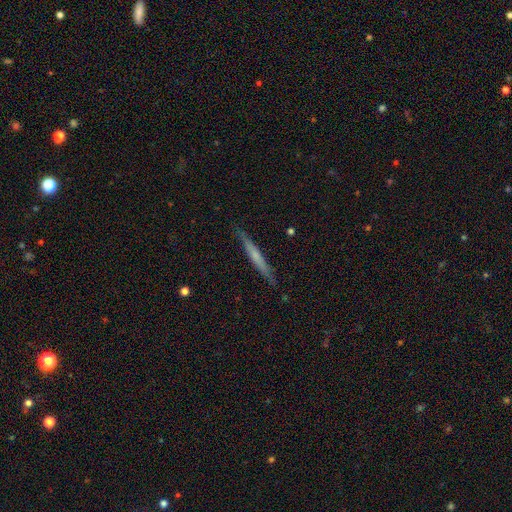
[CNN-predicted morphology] Overall: featured or disk (47%, tied with smooth). Merging: none (87%).